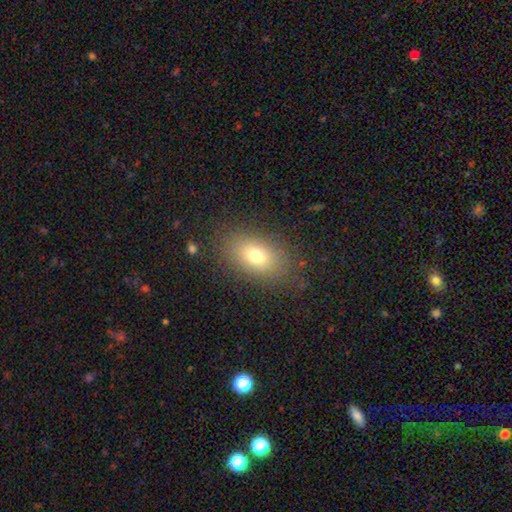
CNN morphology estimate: Smooth or featured: smooth — 74% (featured or disk — 15%)
How rounded: in between — 85% (round — 12%)
Merging: none — 84% (minor disturbance — 11%)